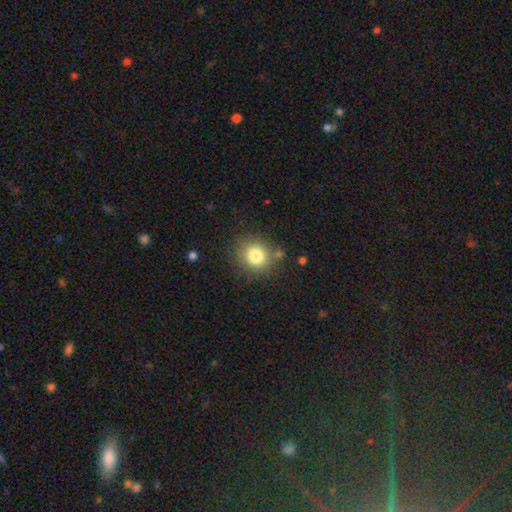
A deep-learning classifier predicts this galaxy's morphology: smooth_or_featured: smooth (p=0.80) [alt: star or artifact p=0.12]
how_rounded: round (p=0.82) [alt: in between p=0.17]
merging: none (p=0.81) [alt: minor disturbance p=0.11]